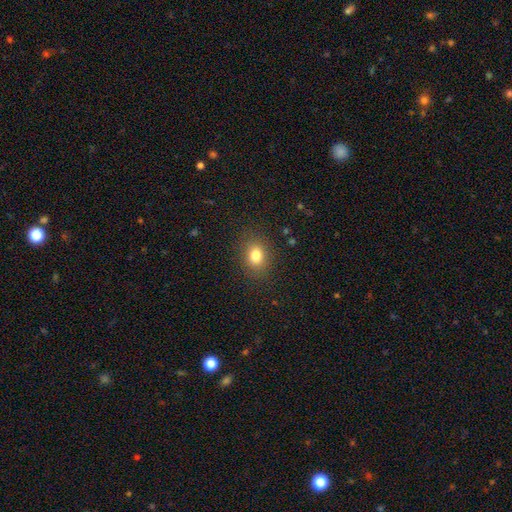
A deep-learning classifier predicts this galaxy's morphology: Q: Smooth or featured?
A: smooth (81%); runner-up: star or artifact (12%)
Q: How rounded?
A: in between (58%); runner-up: round (40%)
Q: Merging?
A: none (87%); runner-up: minor disturbance (9%)